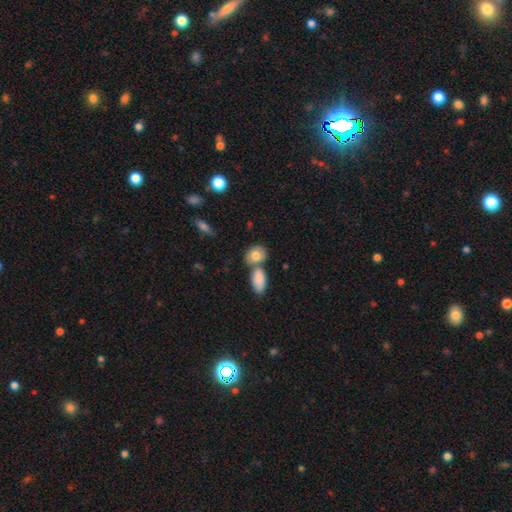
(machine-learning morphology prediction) A smooth galaxy with no disk features (81%) that is in between round and cigar-shaped (61%). Merging: none (51%).